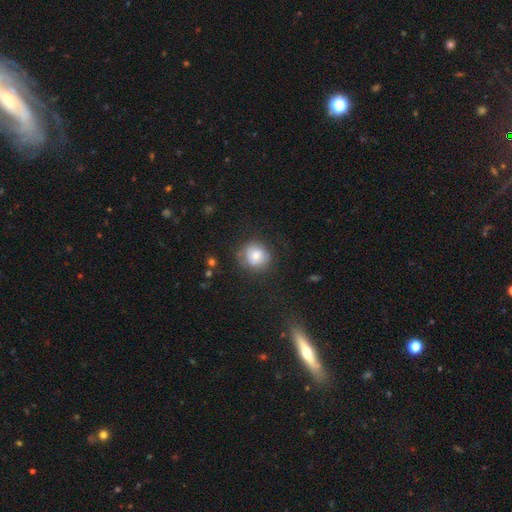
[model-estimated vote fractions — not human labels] Smooth or featured? smooth (68%)
How rounded? round (84%)
Merging? none (70%)